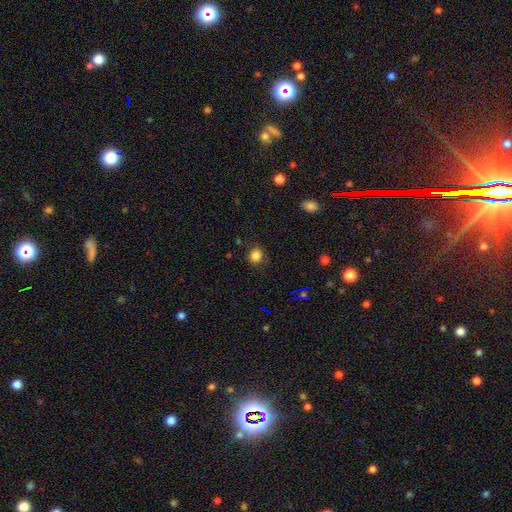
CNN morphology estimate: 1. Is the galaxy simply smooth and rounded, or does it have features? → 82% smooth, 14% star or artifact, 4% featured or disk.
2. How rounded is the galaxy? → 82% round, 17% in between, 1% cigar-shaped.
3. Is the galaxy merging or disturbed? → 86% none, 9% minor disturbance, 3% major disturbance, 1% merger.